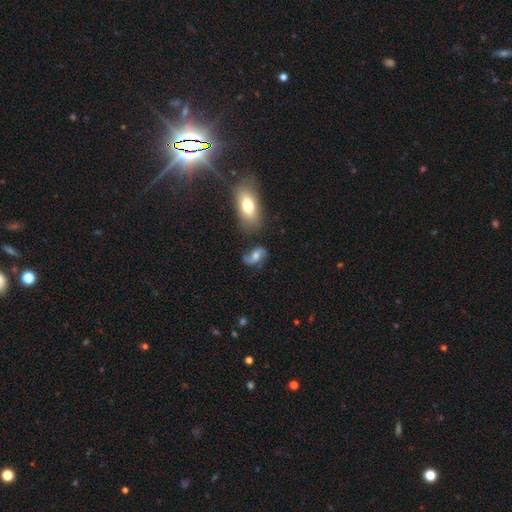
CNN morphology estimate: type=featured or disk (73%); edge-on=no (96%); bar=no (50%); spiral arms=yes (93%); winding=loose (58%); arm count=2 (91%); bulge=moderate (55%); merging=none (66%).